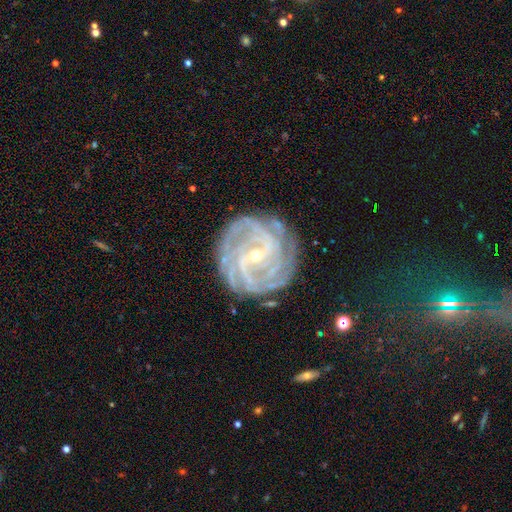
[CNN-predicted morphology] This appears to be a featured or disk galaxy (90%) with a weak bar (43%), 4 (28%) tight (76%) spiral arms (98%) and a small central bulge (77%). Merging: none (80%).